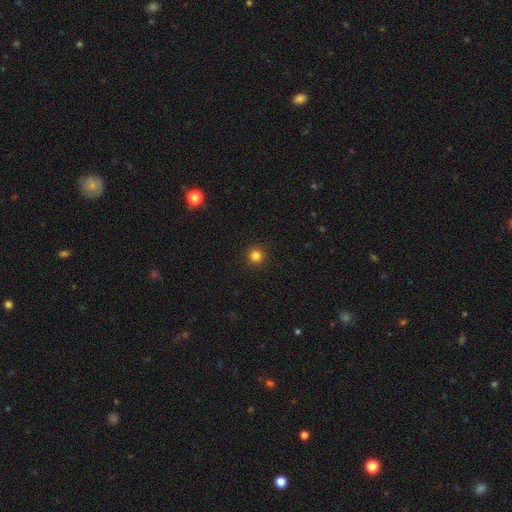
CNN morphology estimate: smooth-or-featured: smooth: 83% | star or artifact: 13% | featured or disk: 4%
  how-rounded: round: 96% | in between: 3% | cigar-shaped: 1%
  merging: none: 93% | minor disturbance: 4% | major disturbance: 2% | merger: 1%